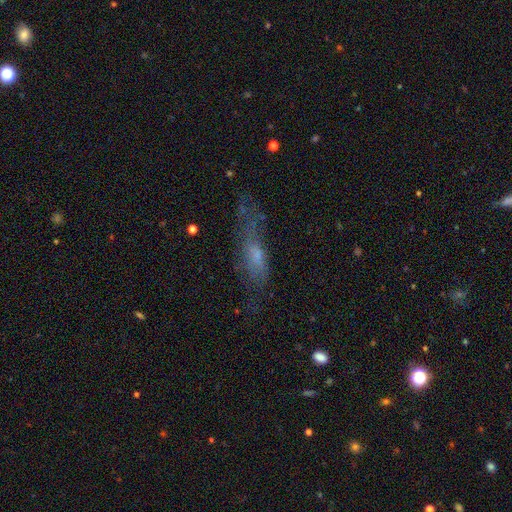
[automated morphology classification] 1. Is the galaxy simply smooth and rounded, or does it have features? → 48% smooth, 39% featured or disk, 13% star or artifact.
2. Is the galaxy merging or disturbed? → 46% none, 26% major disturbance, 25% minor disturbance, 3% merger.